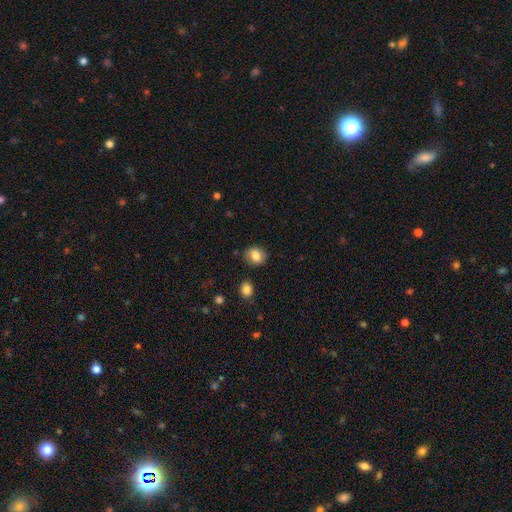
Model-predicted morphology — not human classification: This appears to be a smooth galaxy with no disk features (83%) that is round (70%). Merging: none (85%).